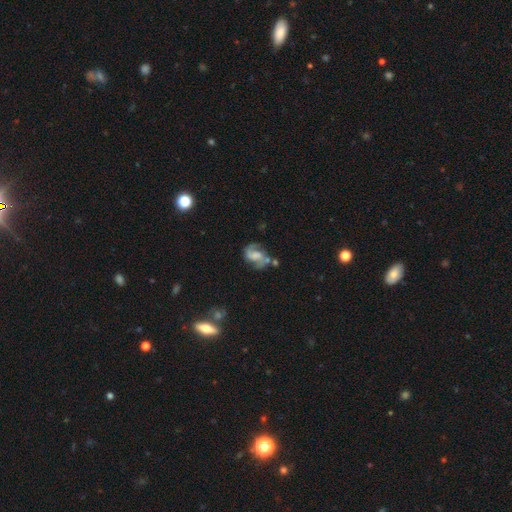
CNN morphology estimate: A featured or disk galaxy (75%) with a weak bar (44%), 2 (85%) medium (49%) spiral arms (91%) and no central bulge (34%).

Vote fractions:
- Smooth or featured? featured or disk: 75% / smooth: 16% / star or artifact: 9%
- Edge-on disk? no: 98% / yes: 2%
- Bar? weak: 44% / no: 41% / strong: 15%
- Spiral arms? yes: 91% / no: 9%
- Spiral winding? medium: 49% / loose: 33% / tight: 18%
- Spiral arm count? 2: 85% / can't tell: 6% / 1: 5% / 3: 2% / 4: 1% / more than 4: 1%
- Bulge size? none: 34% / moderate: 28% / small: 22% / large: 14% / dominant: 2%
- Merging? none: 53% / minor disturbance: 21% / major disturbance: 15% / merger: 11%